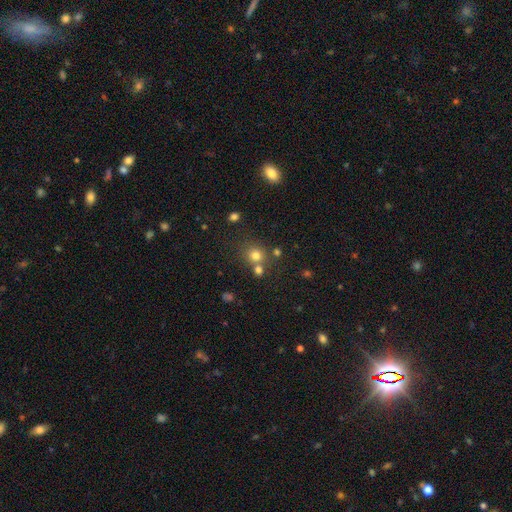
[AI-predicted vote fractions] Smooth or featured?
  - smooth: 75% *
  - star or artifact: 17%
  - featured or disk: 8%
How rounded?
  - round: 85% *
  - in between: 14%
  - cigar-shaped: 1%
Merging?
  - none: 62% *
  - merger: 25%
  - minor disturbance: 9%
  - major disturbance: 4%